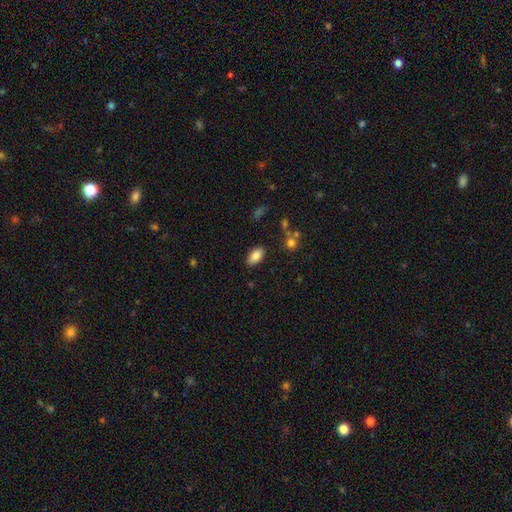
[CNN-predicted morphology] The model was most divided on "merging": none: 85%, minor disturbance: 10%, major disturbance: 3%, merger: 2%. More confident: how rounded — in between (93%); smooth or featured — smooth (85%).